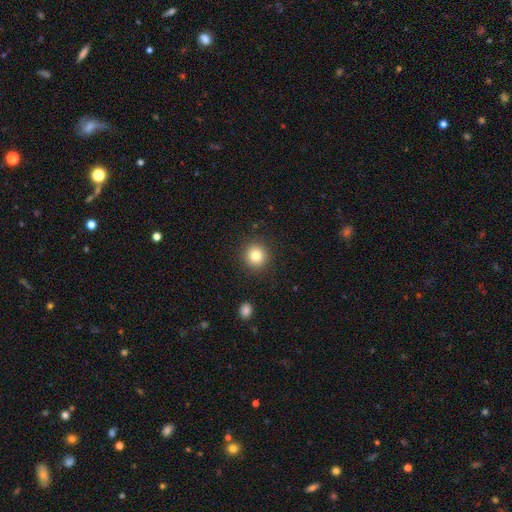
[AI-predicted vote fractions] A smooth galaxy with no disk features (81%) that is round (94%). Merging: none (91%).